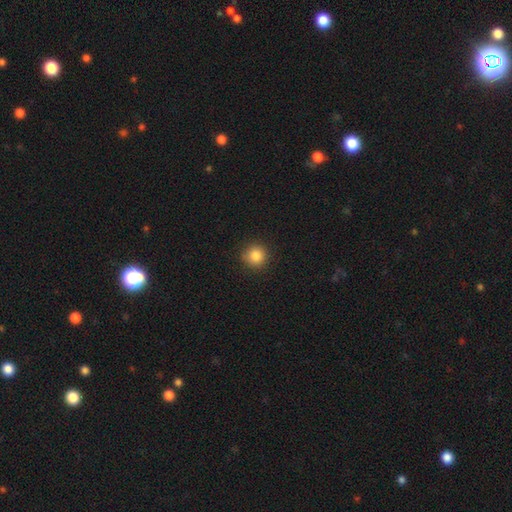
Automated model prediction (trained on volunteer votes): Smooth or featured? smooth (85%)
How rounded? round (93%)
Merging? none (89%)